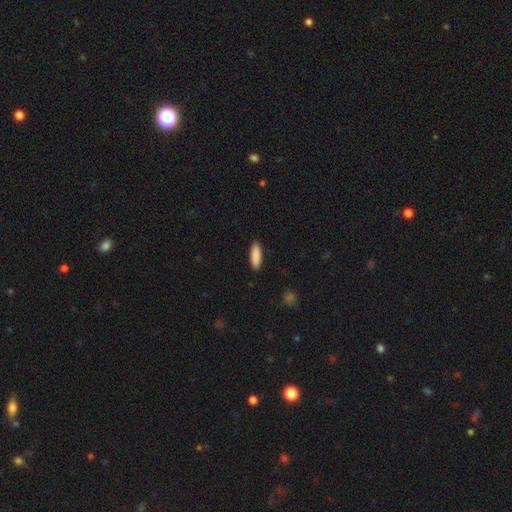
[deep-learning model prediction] Overall: smooth (90%). How rounded: in between (56%; cigar-shaped 43%). Merging: none (89%).